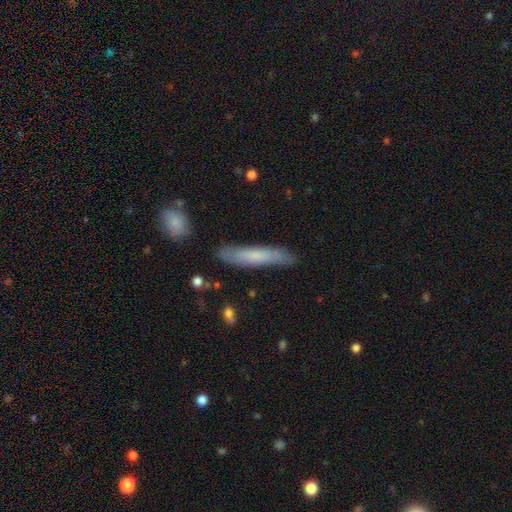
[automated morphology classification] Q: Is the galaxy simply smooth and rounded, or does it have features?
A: smooth — 64%.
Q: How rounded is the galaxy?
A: cigar-shaped — 88%.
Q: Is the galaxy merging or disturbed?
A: none — 81%.